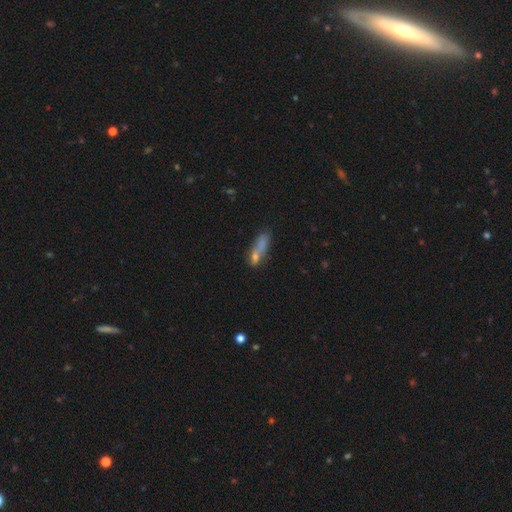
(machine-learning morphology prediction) Smooth or featured: smooth — 62% (featured or disk — 24%)
How rounded: cigar-shaped — 58% (in between — 37%)
Merging: none — 42% (merger — 30%)